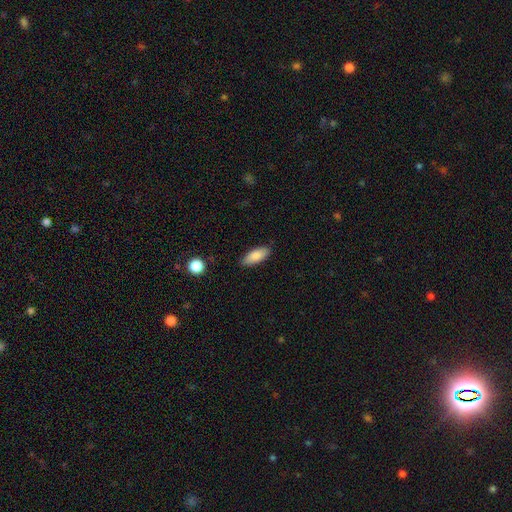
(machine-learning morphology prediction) This appears to be a smooth galaxy with no disk features (84%) that is in between round and cigar-shaped (80%). Merging: none (86%).